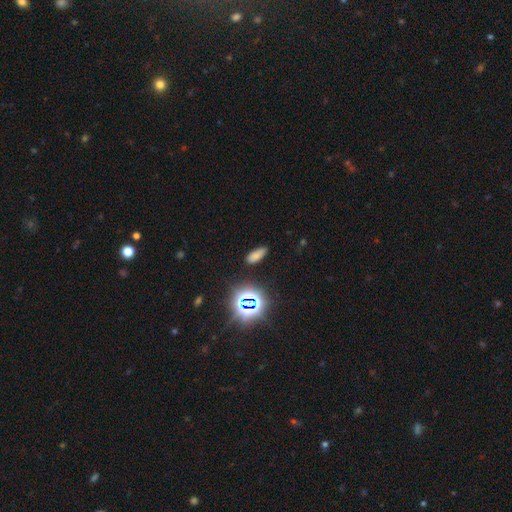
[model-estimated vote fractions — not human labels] Overall: smooth (69%). How rounded: in between (75%). Merging: none (84%).